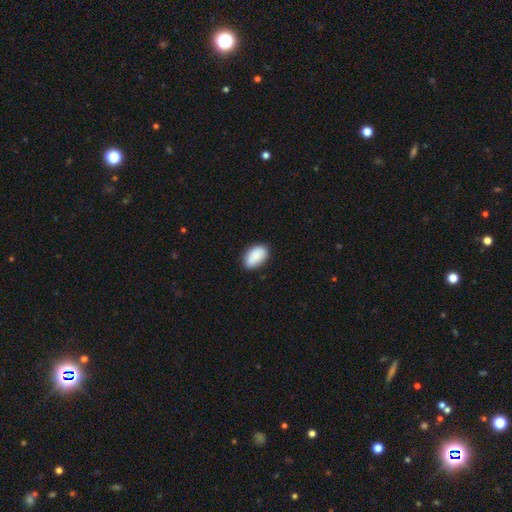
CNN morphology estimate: smooth-or-featured: smooth: 89% | star or artifact: 6% | featured or disk: 4%
  how-rounded: in between: 93% | round: 6% | cigar-shaped: 1%
  merging: none: 80% | minor disturbance: 17% | major disturbance: 3% | merger: 1%